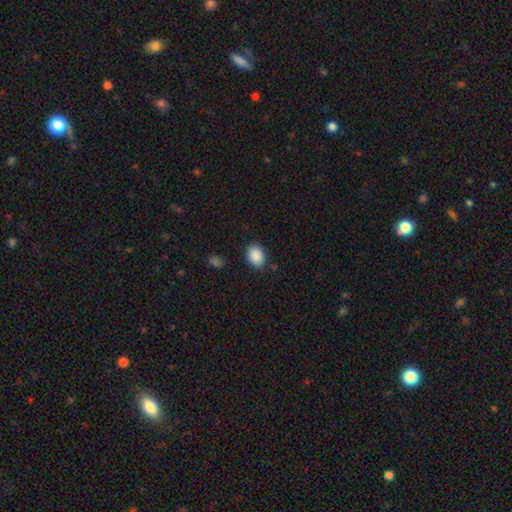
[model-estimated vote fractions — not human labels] Smooth or featured? smooth (89%)
How rounded? in between (64%)
Merging? none (84%)